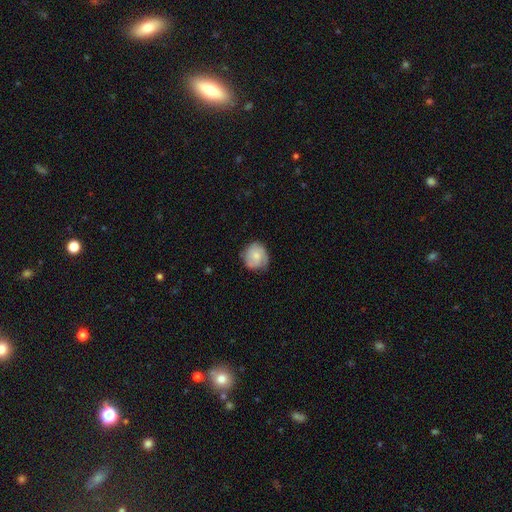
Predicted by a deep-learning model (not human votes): Morphology: type=smooth (59%); roundness=round (81%); merging=none (67%).